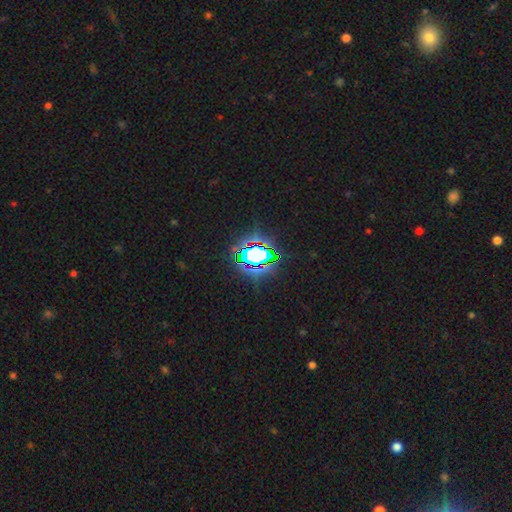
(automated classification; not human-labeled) smooth_or_featured: star or artifact (p=0.68) [alt: smooth p=0.19]